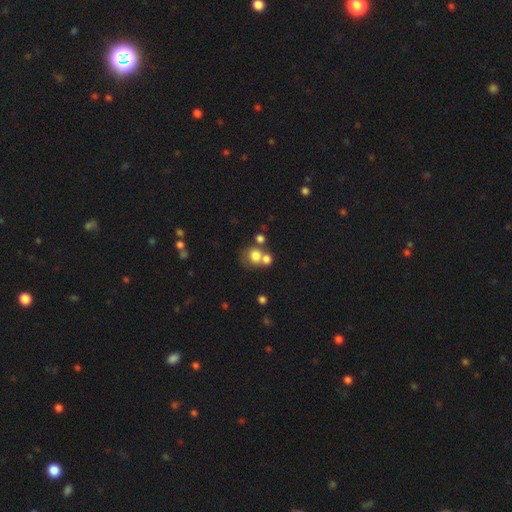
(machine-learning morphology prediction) This is likely a smooth galaxy (74%). How rounded: likely round (75%). Merging: possibly merger (47%).